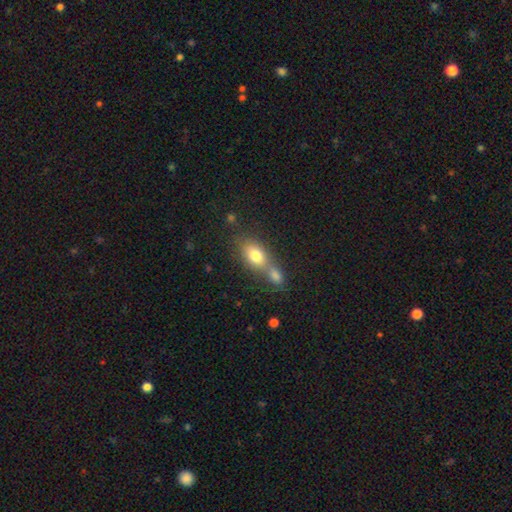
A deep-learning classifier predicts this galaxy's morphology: smooth 77%, featured or disk 14%, star or artifact 9%. Down the decision tree: how rounded — in between (79%); merging — merger (55%).